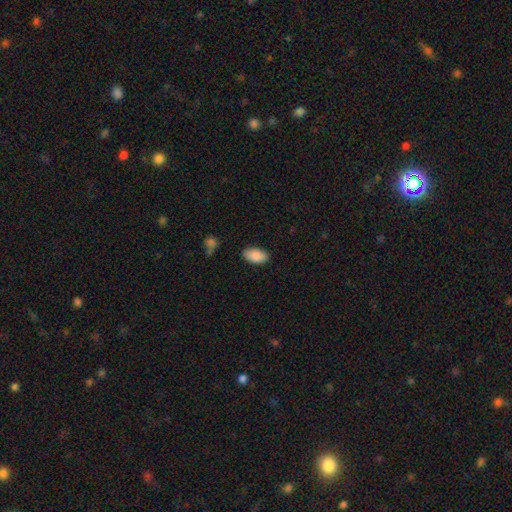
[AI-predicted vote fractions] Overall: smooth (88%). How rounded: in between (94%). Merging: none (86%).